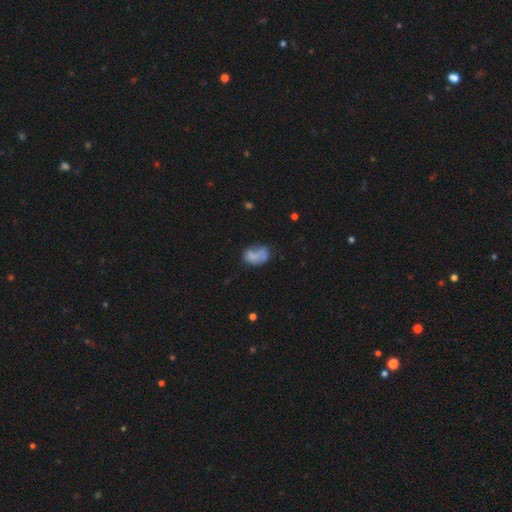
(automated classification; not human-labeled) Smooth or featured?
  - smooth: 61% *
  - featured or disk: 29%
  - star or artifact: 10%
How rounded?
  - in between: 79% *
  - round: 19%
  - cigar-shaped: 2%
Merging?
  - none: 34% *
  - minor disturbance: 26%
  - major disturbance: 23%
  - merger: 18%